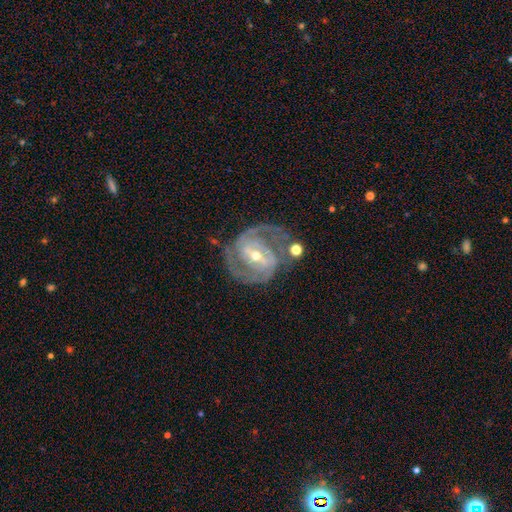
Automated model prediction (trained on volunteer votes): Smooth or featured? Predicted: featured or disk (p=0.91). Edge-on disk? Predicted: no (p=0.97). Bar? Predicted: strong (p=0.49). Spiral arms? Predicted: yes (p=0.98). Spiral winding? Predicted: tight (p=0.51). Spiral arm count? Predicted: 2 (p=0.75). Bulge size? Predicted: small (p=0.49). Merging? Predicted: none (p=0.67).